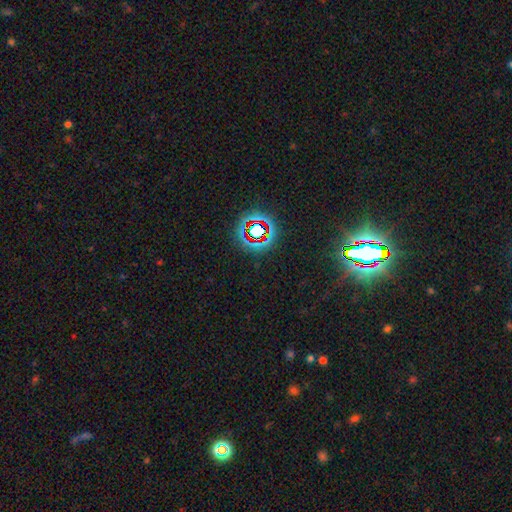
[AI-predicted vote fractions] This is likely a star or artifact rather than a galaxy (73%).